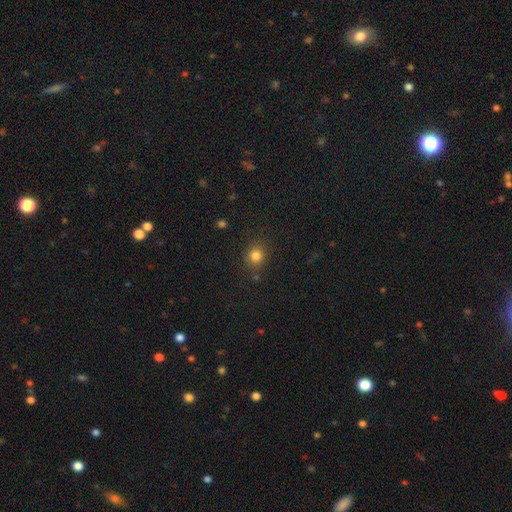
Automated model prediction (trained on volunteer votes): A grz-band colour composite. It shows a smooth galaxy with no disk features (80%) that is round (79%). Merging: none (82%).